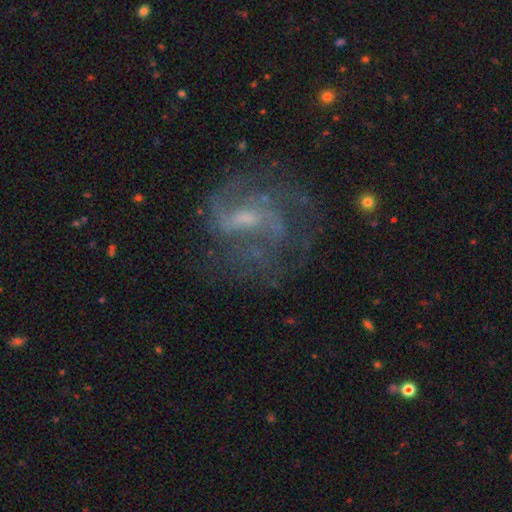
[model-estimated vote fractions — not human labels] Smooth or featured: featured or disk — 74% (star or artifact — 16%)
Edge-on disk: no — 96% (yes — 4%)
Bar: weak — 53% (no — 25%)
Spiral arms: yes — 88% (no — 12%)
Spiral winding: medium — 46% (loose — 27%)
Spiral arm count: 2 — 32% (can't tell — 31%)
Bulge size: small — 54% (moderate — 28%)
Merging: none — 65% (major disturbance — 17%)